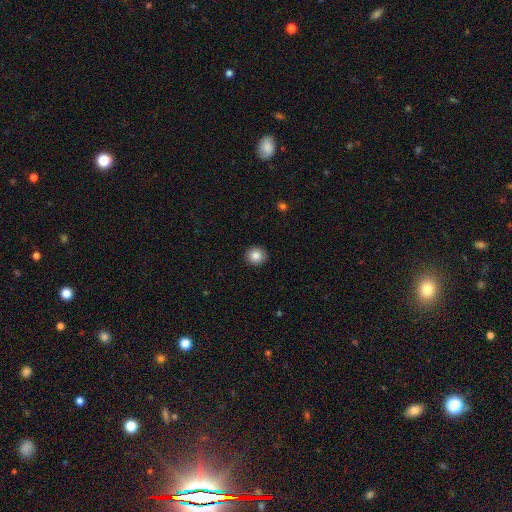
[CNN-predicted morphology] type=smooth (86%); roundness=round (90%); merging=none (92%).